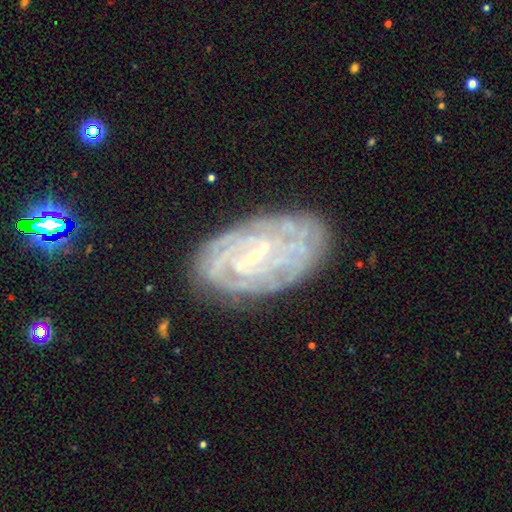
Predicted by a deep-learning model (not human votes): A featured or disk galaxy (82%) with a weak bar (47%), tight (75%) spiral arms (91%) and a small central bulge (78%).

Vote fractions:
- Smooth or featured? featured or disk: 82% / smooth: 10% / star or artifact: 8%
- Edge-on disk? no: 96% / yes: 4%
- Bar? weak: 47% / no: 32% / strong: 21%
- Spiral arms? yes: 91% / no: 9%
- Spiral winding? tight: 75% / medium: 20% / loose: 6%
- Spiral arm count? can't tell: 44% / 2: 16% / 4: 13% / 3: 12% / more than 4: 9% / 1: 6%
- Bulge size? small: 78% / moderate: 13% / none: 7% / large: 1% / dominant: 1%
- Merging? none: 76% / minor disturbance: 17% / major disturbance: 6% / merger: 2%